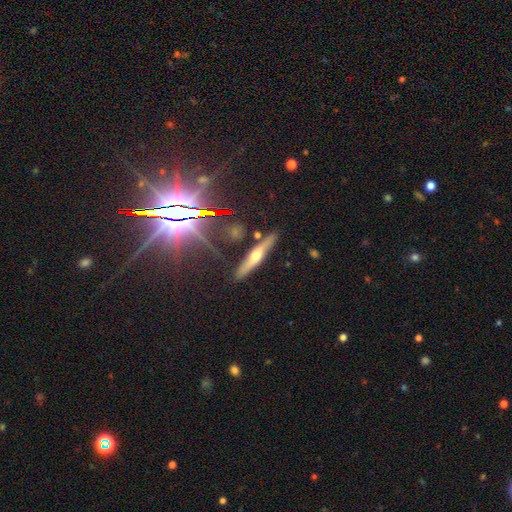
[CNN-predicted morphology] type=featured or disk (51%); edge-on=yes (92%); merging=none (85%).